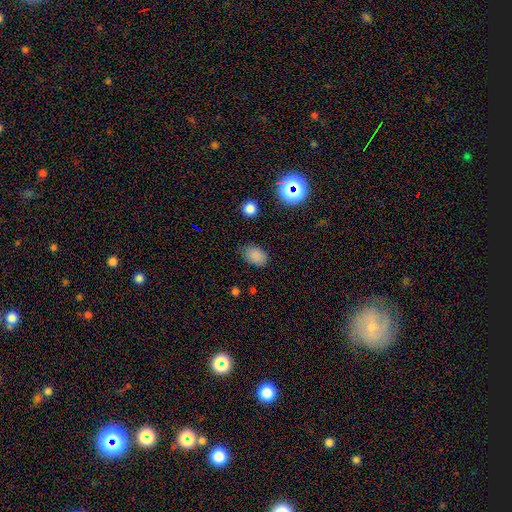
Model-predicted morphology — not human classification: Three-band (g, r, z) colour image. It shows a smooth galaxy with no disk features (82%) that is in between round and cigar-shaped (81%). Merging: none (79%).